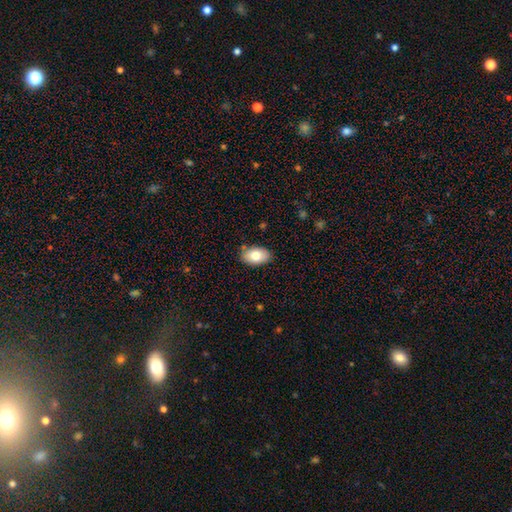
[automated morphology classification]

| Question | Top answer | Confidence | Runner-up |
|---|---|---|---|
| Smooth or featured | smooth | 78% | featured or disk (15%) |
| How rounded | in between | 90% | round (9%) |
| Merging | none | 86% | minor disturbance (11%) |